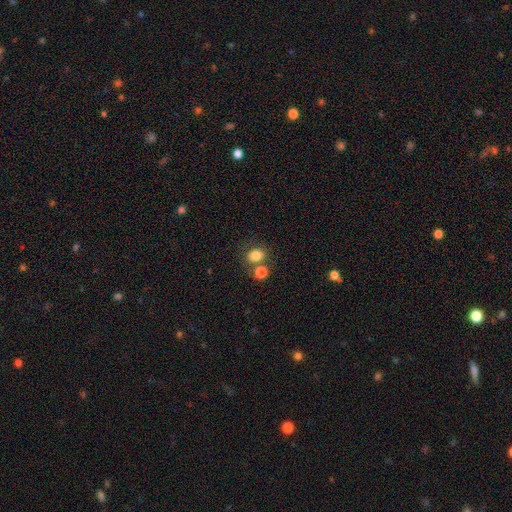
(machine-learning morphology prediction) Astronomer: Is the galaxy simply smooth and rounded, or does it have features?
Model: smooth — 80%.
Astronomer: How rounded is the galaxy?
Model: round — 58% (runner-up: in between, 41%).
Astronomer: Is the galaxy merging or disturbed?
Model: none — 59%.